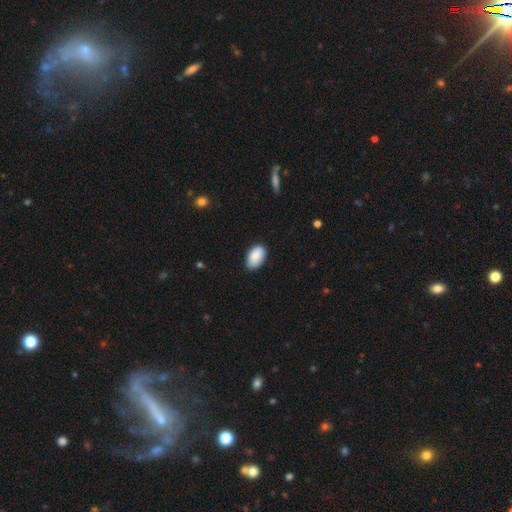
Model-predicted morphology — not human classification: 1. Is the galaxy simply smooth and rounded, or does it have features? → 89% smooth, 6% star or artifact, 5% featured or disk.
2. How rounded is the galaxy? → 94% in between, 5% round, 1% cigar-shaped.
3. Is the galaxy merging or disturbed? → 80% none, 16% minor disturbance, 2% major disturbance, 1% merger.